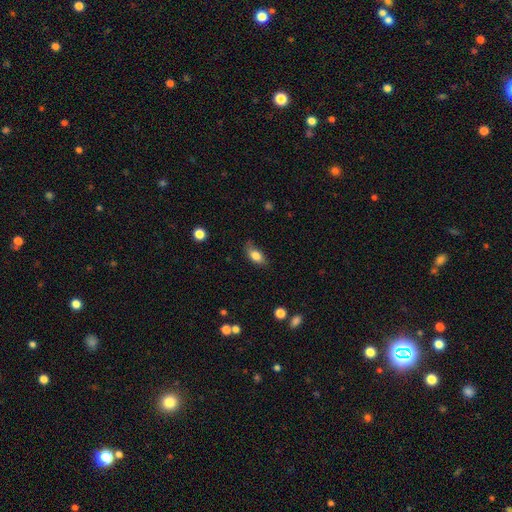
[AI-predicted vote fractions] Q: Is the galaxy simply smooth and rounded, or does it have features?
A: smooth — 80%.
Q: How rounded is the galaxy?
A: in between — 86%.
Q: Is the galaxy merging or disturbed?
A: none — 68%.